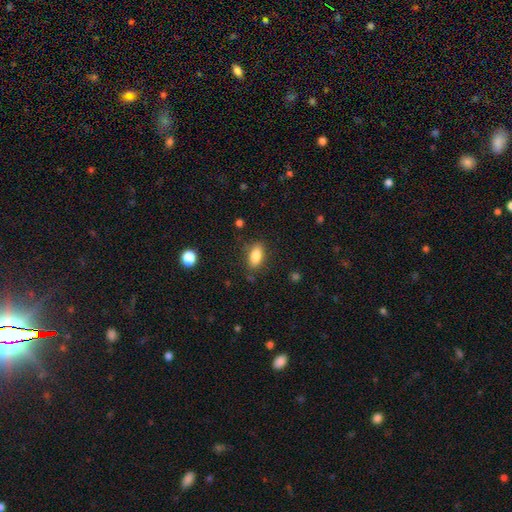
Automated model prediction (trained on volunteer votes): Smooth or featured? smooth (85%)
How rounded? in between (87%)
Merging? none (82%)